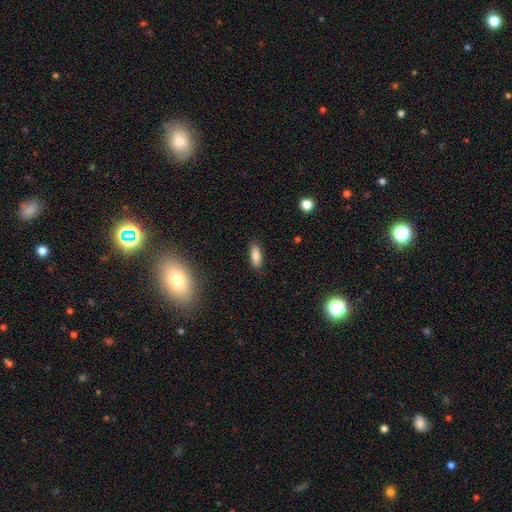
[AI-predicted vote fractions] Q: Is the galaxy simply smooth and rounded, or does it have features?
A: smooth — 84%.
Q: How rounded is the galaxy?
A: in between — 69%.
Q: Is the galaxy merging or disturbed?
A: none — 88%.